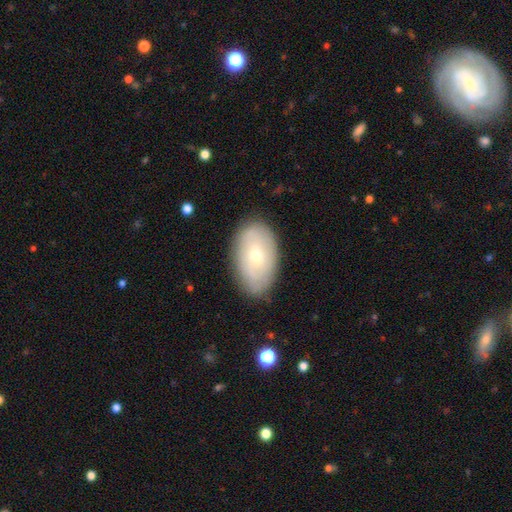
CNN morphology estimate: The model was most divided on "smooth or featured": smooth: 51%, featured or disk: 41%, star or artifact: 7%. More confident: how rounded — in between (90%); merging — none (81%).